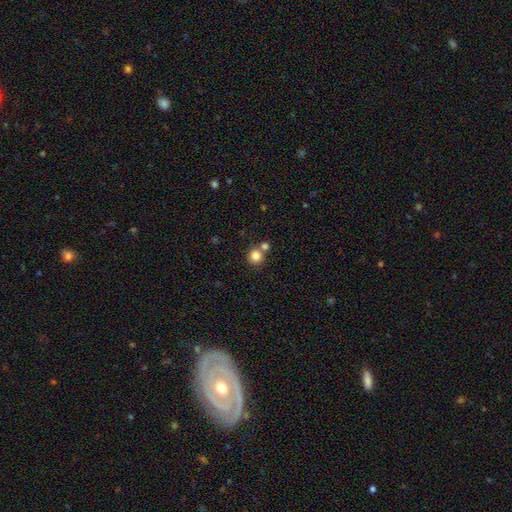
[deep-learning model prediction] Overall: smooth (84%). How rounded: round (91%). Merging: none (62%; merger 29%).